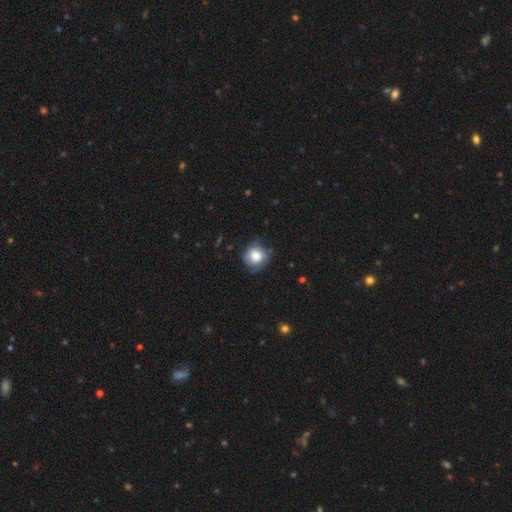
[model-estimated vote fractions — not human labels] Smooth or featured?
  - smooth: 74% *
  - featured or disk: 18%
  - star or artifact: 9%
How rounded?
  - round: 82% *
  - in between: 17%
  - cigar-shaped: 1%
Merging?
  - none: 64% *
  - minor disturbance: 26%
  - major disturbance: 8%
  - merger: 2%